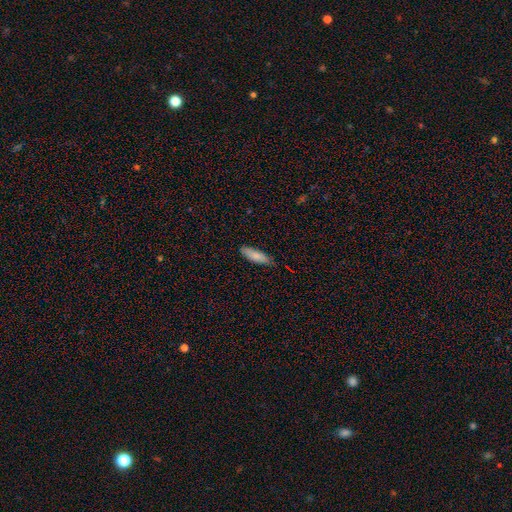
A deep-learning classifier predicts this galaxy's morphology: This appears to be a smooth galaxy with no disk features (81%) that is in between round and cigar-shaped (51%). Merging: none (73%).